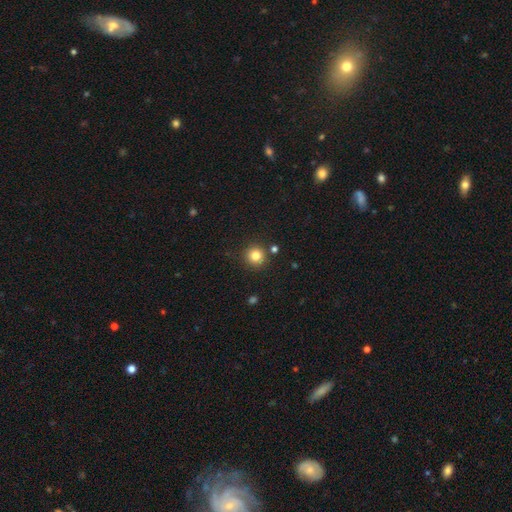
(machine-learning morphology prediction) Q: Smooth or featured?
A: smooth (82%); runner-up: star or artifact (12%)
Q: How rounded?
A: round (94%); runner-up: in between (5%)
Q: Merging?
A: none (87%); runner-up: minor disturbance (7%)